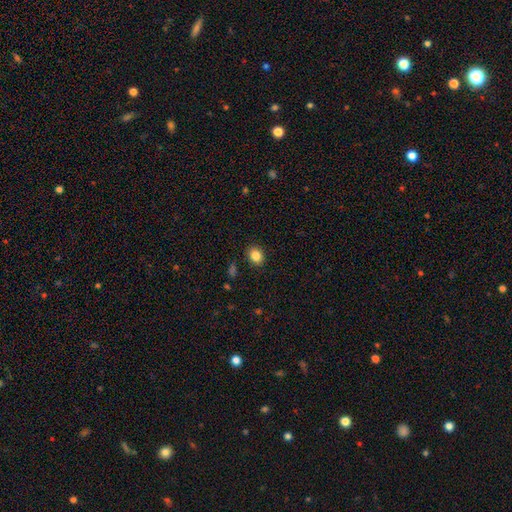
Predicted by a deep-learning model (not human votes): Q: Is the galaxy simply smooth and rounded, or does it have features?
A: smooth — 85%.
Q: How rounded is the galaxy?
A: round — 52%.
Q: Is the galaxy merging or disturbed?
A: none — 88%.